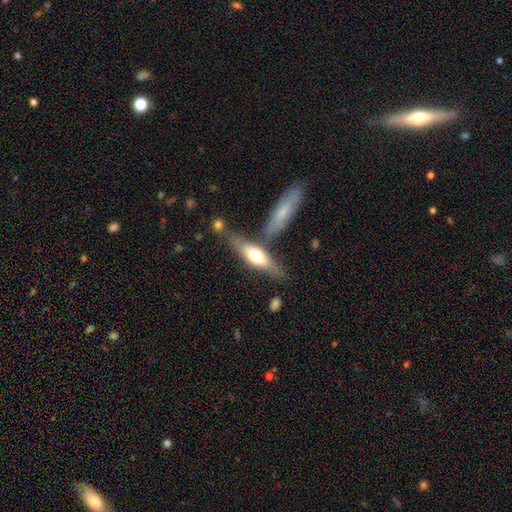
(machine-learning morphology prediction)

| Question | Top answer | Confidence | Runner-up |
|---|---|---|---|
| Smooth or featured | smooth | 48% | featured or disk (46%) |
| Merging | none | 61% | merger (19%) |